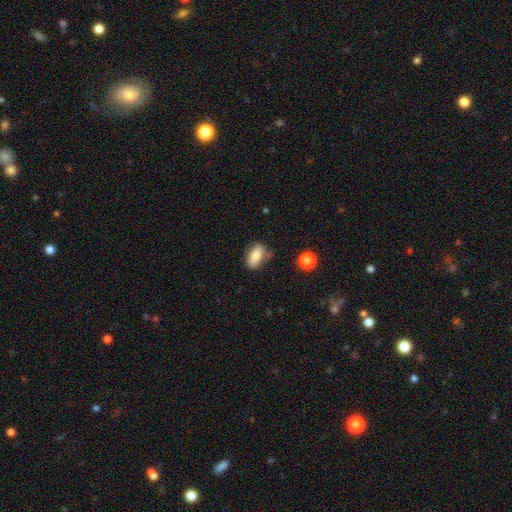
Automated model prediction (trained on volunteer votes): Q: Smooth or featured?
A: smooth (78%); runner-up: featured or disk (14%)
Q: How rounded?
A: in between (85%); runner-up: cigar-shaped (8%)
Q: Merging?
A: none (69%); runner-up: minor disturbance (20%)